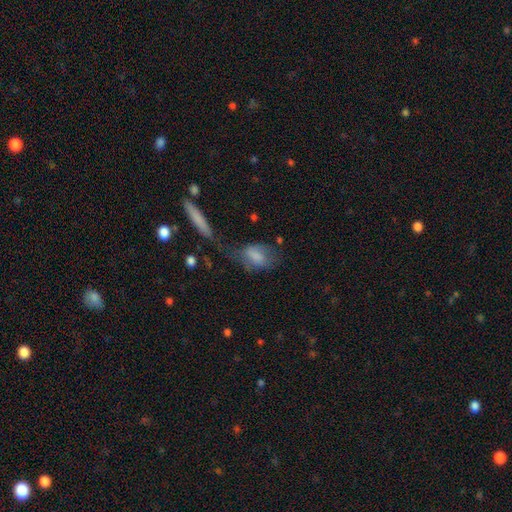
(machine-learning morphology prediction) smooth-or-featured: smooth: 72% | featured or disk: 19% | star or artifact: 9%
  how-rounded: in between: 86% | round: 11% | cigar-shaped: 3%
  merging: major disturbance: 34% | none: 29% | minor disturbance: 23% | merger: 14%